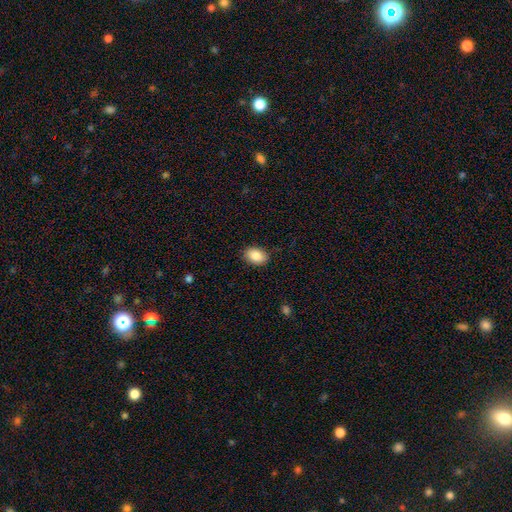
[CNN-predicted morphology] smooth 86%, star or artifact 7%, featured or disk 6%. Down the decision tree: how rounded — in between (77%); merging — none (87%).